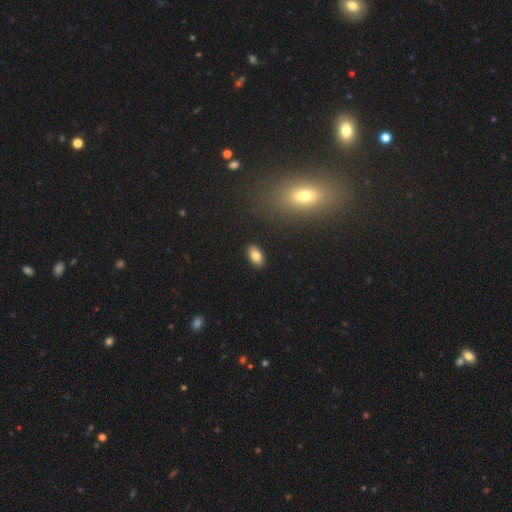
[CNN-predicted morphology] Smooth or featured: smooth — 82% (featured or disk — 9%)
How rounded: in between — 92% (round — 5%)
Merging: none — 89% (minor disturbance — 8%)